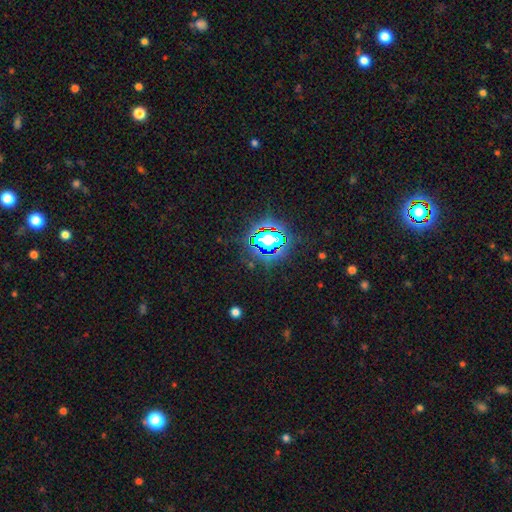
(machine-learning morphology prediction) Smooth or featured? Predicted: star or artifact (p=0.81).